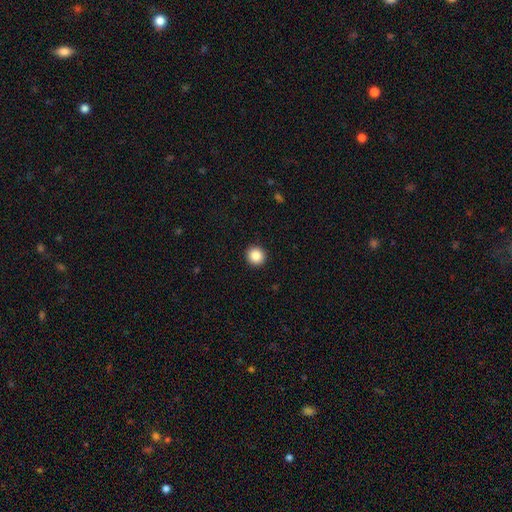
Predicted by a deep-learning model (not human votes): The model was most divided on "smooth or featured": smooth: 87%, star or artifact: 9%, featured or disk: 4%. More confident: how rounded — round (93%); merging — none (93%).